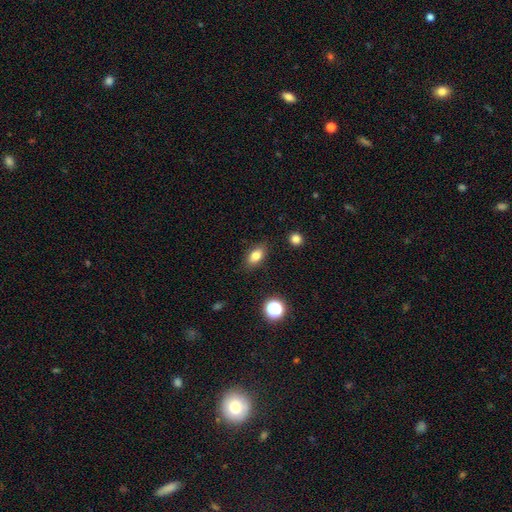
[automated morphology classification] smooth-or-featured: smooth: 80% | star or artifact: 10% | featured or disk: 10%
  how-rounded: in between: 84% | round: 11% | cigar-shaped: 5%
  merging: none: 85% | minor disturbance: 11% | major disturbance: 3% | merger: 1%